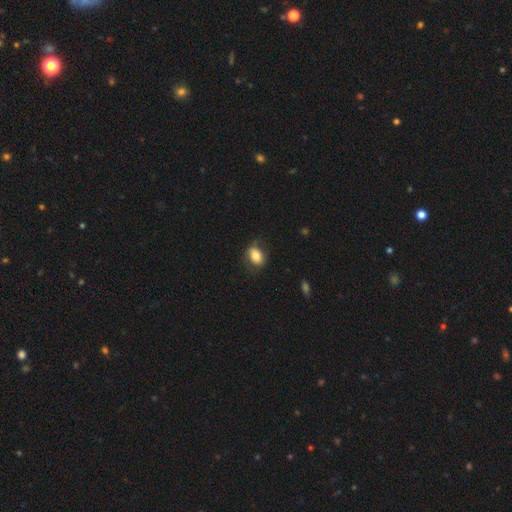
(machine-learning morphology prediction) A smooth galaxy with no disk features (81%) that is in between round and cigar-shaped (71%).

Vote fractions:
- Smooth or featured? smooth: 81% / featured or disk: 12% / star or artifact: 8%
- How rounded? in between: 71% / round: 27% / cigar-shaped: 1%
- Merging? none: 72% / minor disturbance: 20% / major disturbance: 6% / merger: 1%